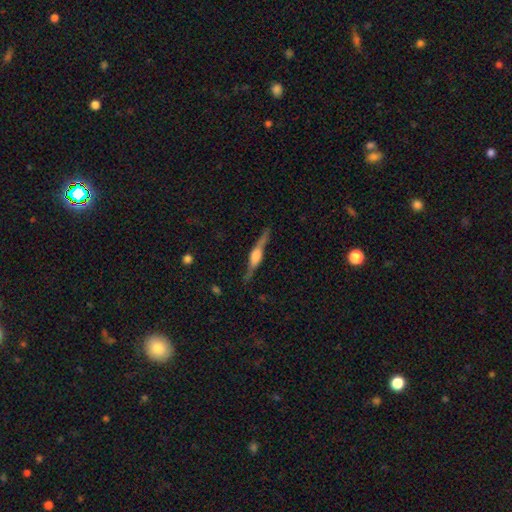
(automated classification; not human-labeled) featured or disk 79%, smooth 16%, star or artifact 6%. Down the decision tree: edge-on disk — yes (97%); edge-on bulge — rounded (70%); merging — none (84%).